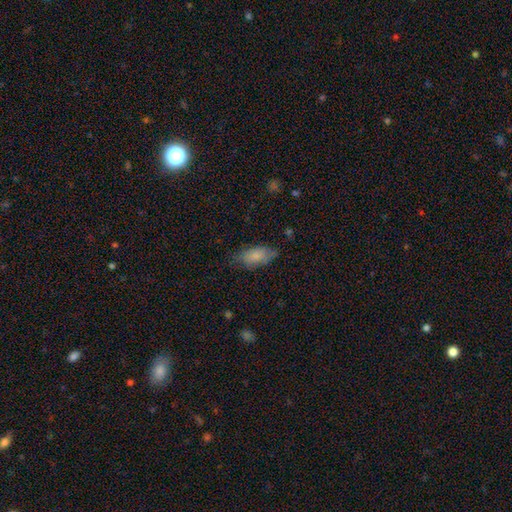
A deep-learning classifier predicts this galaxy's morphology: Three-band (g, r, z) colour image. It shows a smooth galaxy with no disk features (79%) that is in between round and cigar-shaped (88%). Merging: none (68%).